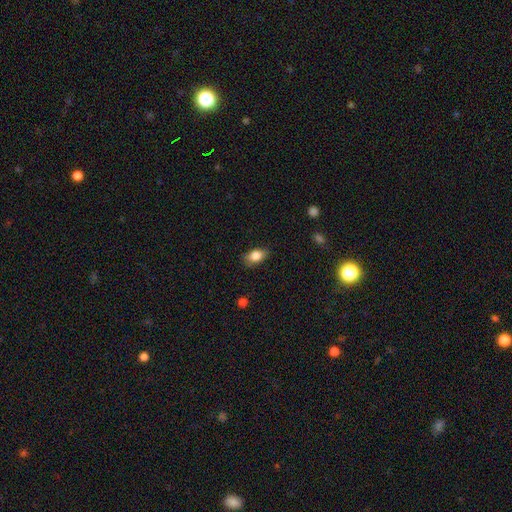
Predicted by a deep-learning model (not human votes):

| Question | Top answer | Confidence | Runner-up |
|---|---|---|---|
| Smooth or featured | smooth | 83% | featured or disk (9%) |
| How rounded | in between | 86% | round (11%) |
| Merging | none | 78% | minor disturbance (17%) |